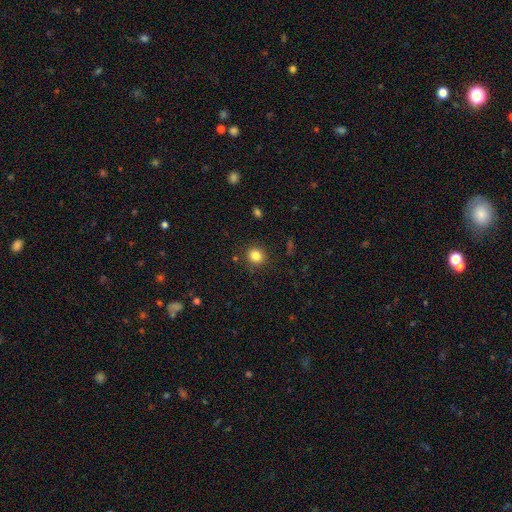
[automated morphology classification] Overall: smooth (83%). How rounded: round (86%). Merging: none (89%).